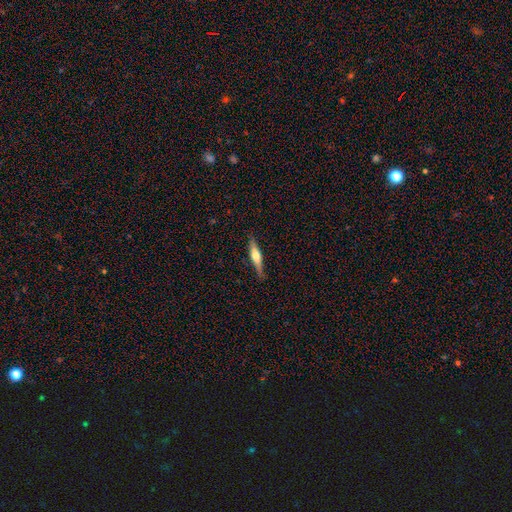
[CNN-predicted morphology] This appears to be a featured or disk galaxy (55%) viewed edge-on (96%) with a rounded central bulge (86%). Merging: none (87%).